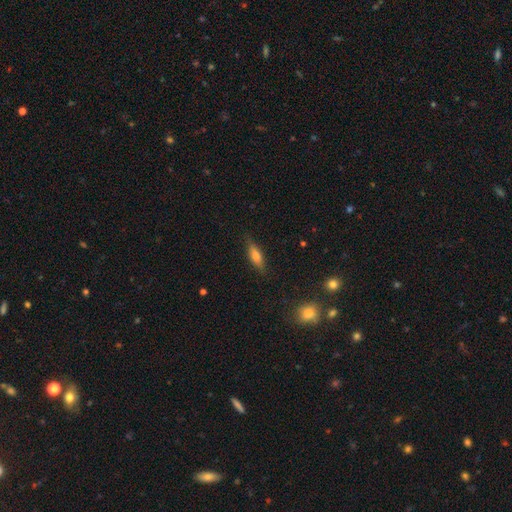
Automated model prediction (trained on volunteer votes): smooth-or-featured: smooth: 63% | featured or disk: 29% | star or artifact: 8%
  how-rounded: cigar-shaped: 51% | in between: 46% | round: 3%
  merging: none: 81% | minor disturbance: 14% | major disturbance: 3% | merger: 1%